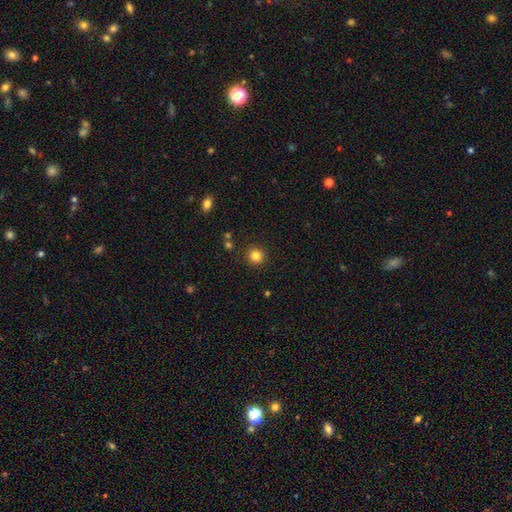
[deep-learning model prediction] smooth_or_featured: smooth (p=0.83) [alt: star or artifact p=0.12]
how_rounded: round (p=0.93) [alt: in between p=0.06]
merging: none (p=0.90) [alt: minor disturbance p=0.06]